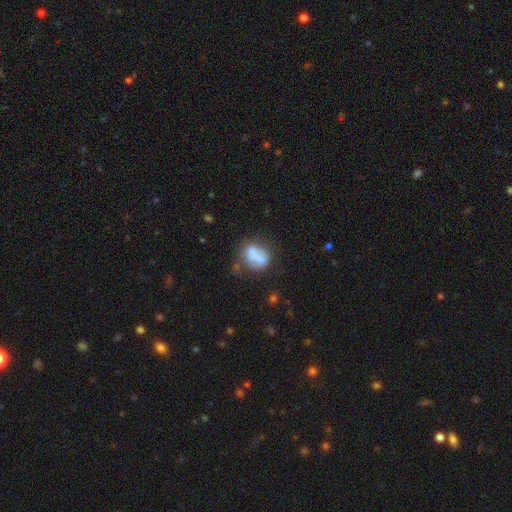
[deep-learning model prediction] Q: Smooth or featured?
A: smooth (61%); runner-up: featured or disk (29%)
Q: How rounded?
A: in between (56%); runner-up: round (40%)
Q: Merging?
A: none (38%); runner-up: minor disturbance (23%)